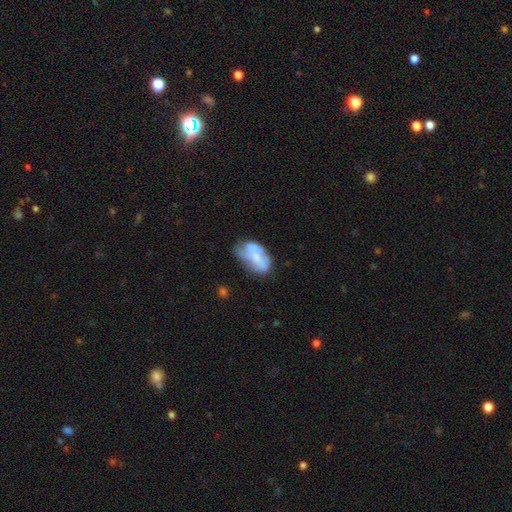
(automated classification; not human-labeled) smooth_or_featured: smooth (p=0.48) [alt: featured or disk p=0.44]
merging: none (p=0.34) [alt: minor disturbance p=0.33]